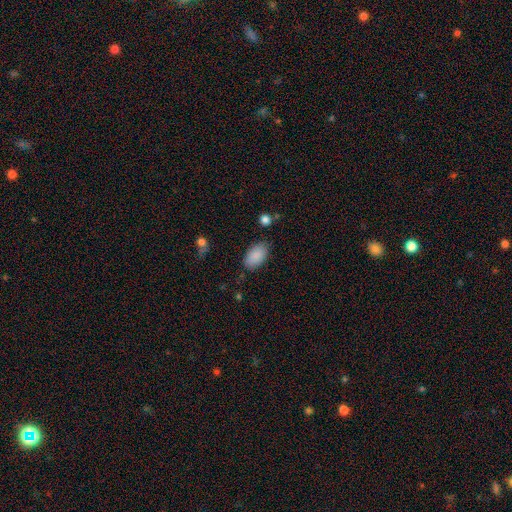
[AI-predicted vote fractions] This appears to be a smooth galaxy with no disk features (89%) that is in between round and cigar-shaped (94%). Merging: none (82%).